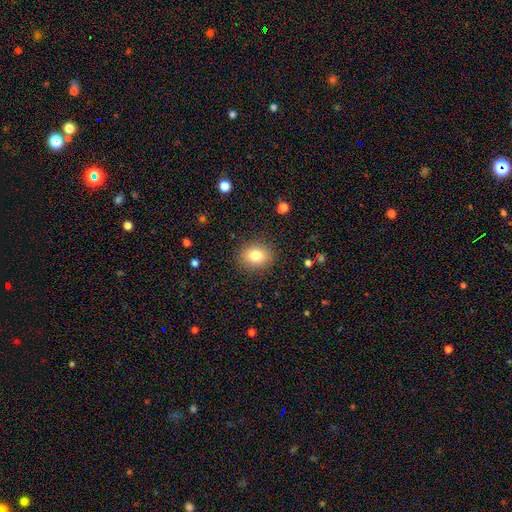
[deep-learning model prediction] smooth_or_featured: smooth (p=0.81) [alt: star or artifact p=0.10]
how_rounded: round (p=0.56) [alt: in between p=0.43]
merging: none (p=0.88) [alt: minor disturbance p=0.09]